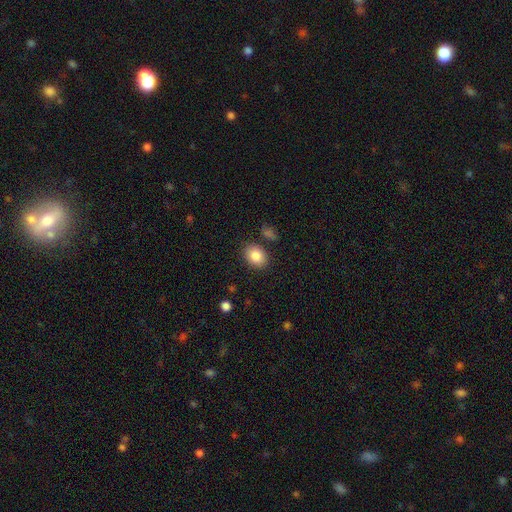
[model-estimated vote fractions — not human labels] The model was most divided on "how rounded": in between: 66%, round: 33%, cigar-shaped: 1%. More confident: smooth or featured — smooth (85%); merging — none (83%).